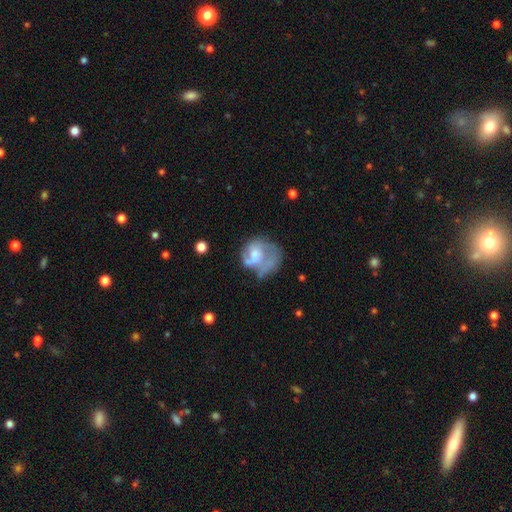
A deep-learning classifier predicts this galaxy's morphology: Smooth or featured?
  - featured or disk: 51% *
  - smooth: 40%
  - star or artifact: 9%
Edge-on disk?
  - no: 98% *
  - yes: 2%
Merging?
  - major disturbance: 40% *
  - none: 28%
  - minor disturbance: 22%
  - merger: 9%